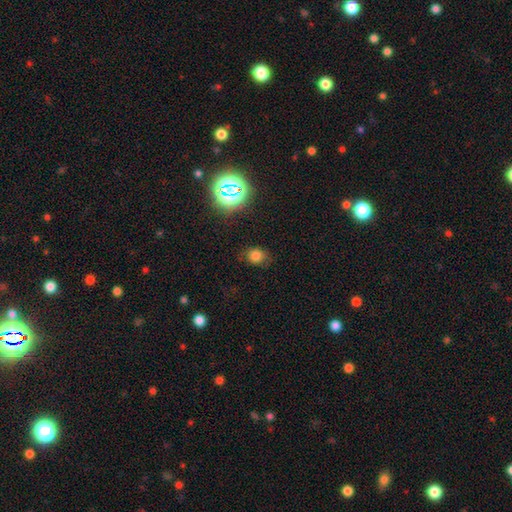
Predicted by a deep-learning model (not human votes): Smooth or featured: smooth — 74% (star or artifact — 19%)
How rounded: round — 60% (in between — 39%)
Merging: none — 76% (minor disturbance — 17%)